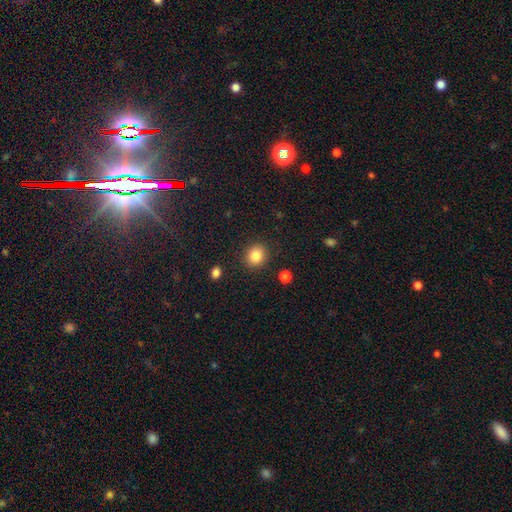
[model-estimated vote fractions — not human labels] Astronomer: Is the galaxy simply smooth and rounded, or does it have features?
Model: smooth — 85%.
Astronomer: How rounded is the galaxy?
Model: round — 75%.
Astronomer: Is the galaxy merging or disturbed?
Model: none — 88%.